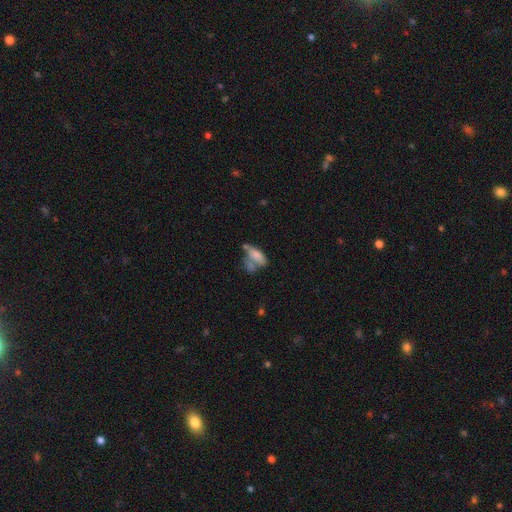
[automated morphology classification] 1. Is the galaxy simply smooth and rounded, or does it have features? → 66% smooth, 24% featured or disk, 10% star or artifact.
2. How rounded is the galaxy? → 75% in between, 20% cigar-shaped, 5% round.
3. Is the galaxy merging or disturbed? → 39% merger, 27% none, 17% minor disturbance, 16% major disturbance.